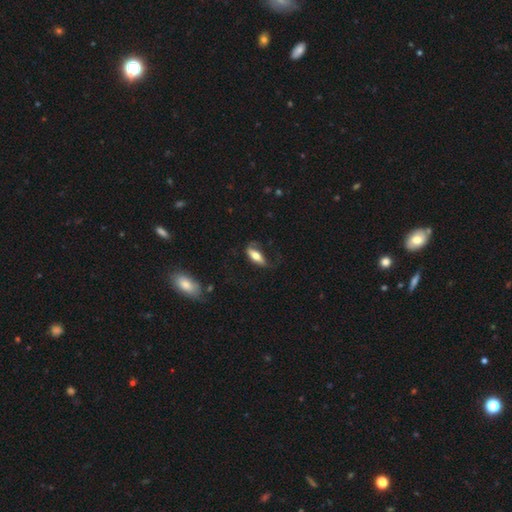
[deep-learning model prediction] A smooth galaxy with no disk features (61%) that is in between round and cigar-shaped (63%).

Vote fractions:
- Smooth or featured? smooth: 61% / featured or disk: 33% / star or artifact: 6%
- How rounded? in between: 63% / cigar-shaped: 34% / round: 3%
- Merging? none: 53% / minor disturbance: 28% / major disturbance: 16% / merger: 2%